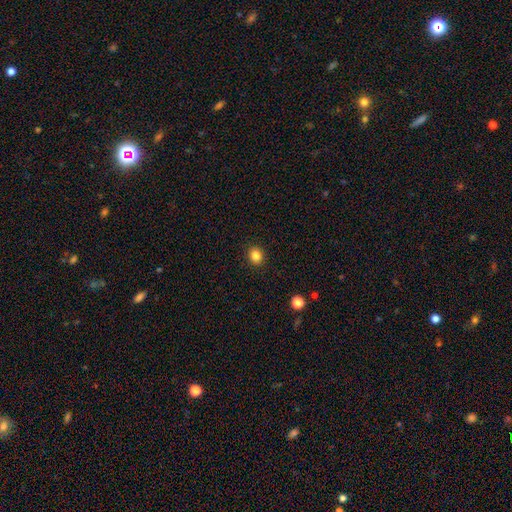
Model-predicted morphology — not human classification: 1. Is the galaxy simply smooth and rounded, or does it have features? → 84% smooth, 11% star or artifact, 5% featured or disk.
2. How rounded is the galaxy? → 76% round, 23% in between, 1% cigar-shaped.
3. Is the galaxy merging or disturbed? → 92% none, 6% minor disturbance, 2% major disturbance, 1% merger.